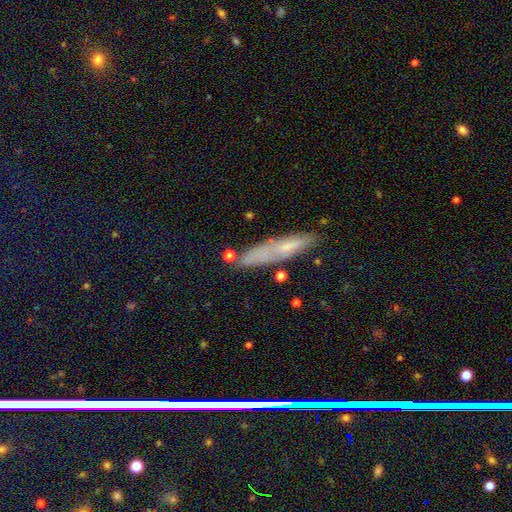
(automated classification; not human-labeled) smooth_or_featured: smooth (p=0.66) [alt: featured or disk p=0.24]
how_rounded: cigar-shaped (p=0.74) [alt: in between p=0.23]
merging: none (p=0.70) [alt: minor disturbance p=0.18]